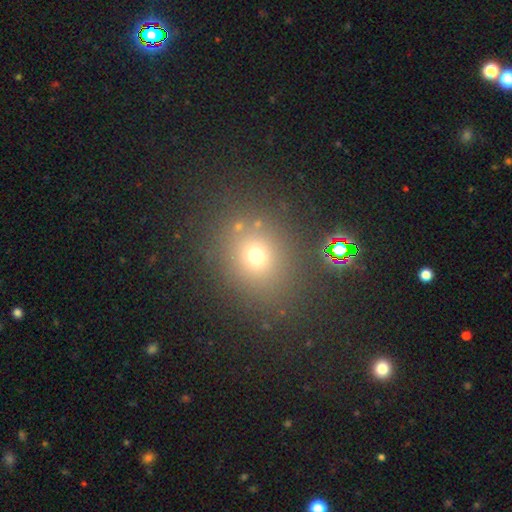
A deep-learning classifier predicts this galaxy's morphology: A smooth galaxy with no disk features (67%) that is round (70%). Merging: none (81%).